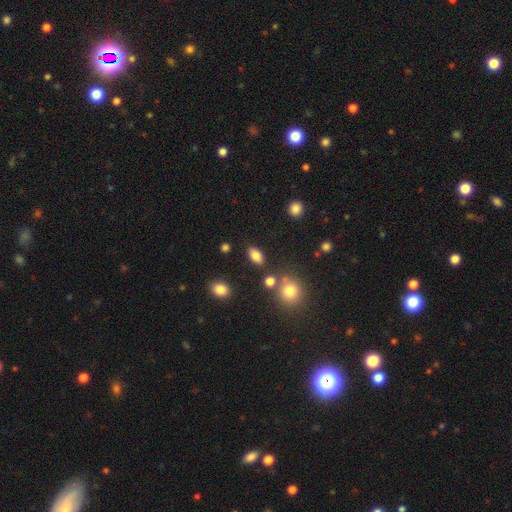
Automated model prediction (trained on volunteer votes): Q: Smooth or featured?
A: smooth (82%); runner-up: star or artifact (10%)
Q: How rounded?
A: in between (88%); runner-up: round (8%)
Q: Merging?
A: none (80%); runner-up: minor disturbance (11%)